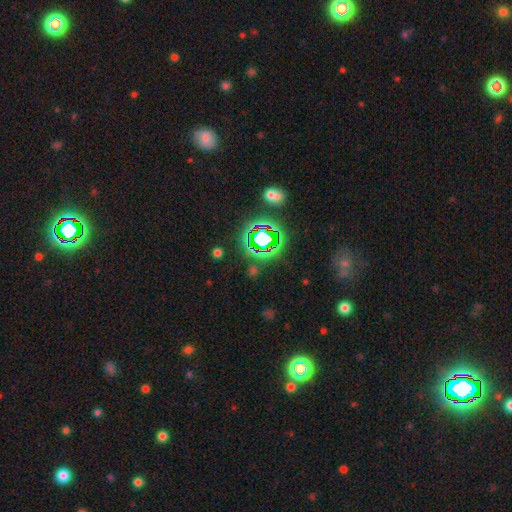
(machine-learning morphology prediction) The model was most divided on "smooth or featured": star or artifact: 69%, smooth: 20%, featured or disk: 11%.